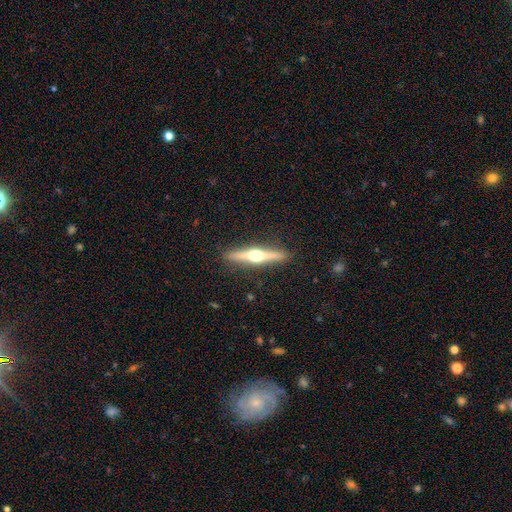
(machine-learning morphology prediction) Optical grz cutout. It shows a featured or disk galaxy (74%) viewed edge-on (98%) with a rounded central bulge (96%). Merging: none (91%).